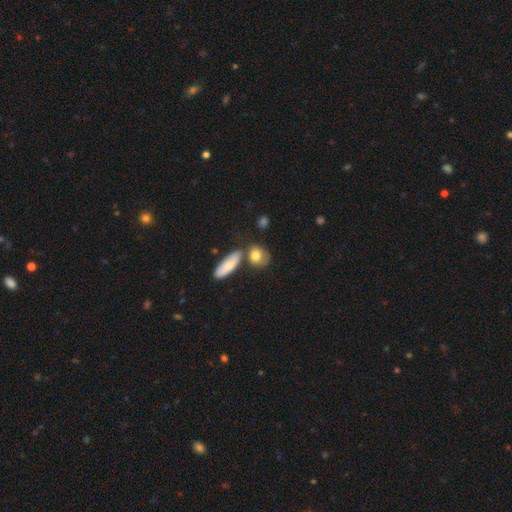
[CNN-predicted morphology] The model was most divided on "how rounded": in between: 50%, round: 44%, cigar-shaped: 6%. More confident: smooth or featured — smooth (77%); merging — none (55%).